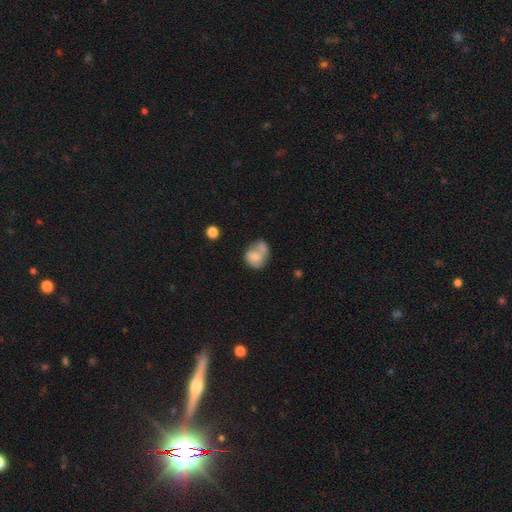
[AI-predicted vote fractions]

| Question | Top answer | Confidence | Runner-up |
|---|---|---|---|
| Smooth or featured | smooth | 61% | featured or disk (31%) |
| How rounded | in between | 51% | round (48%) |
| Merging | merger | 42% | none (25%) |